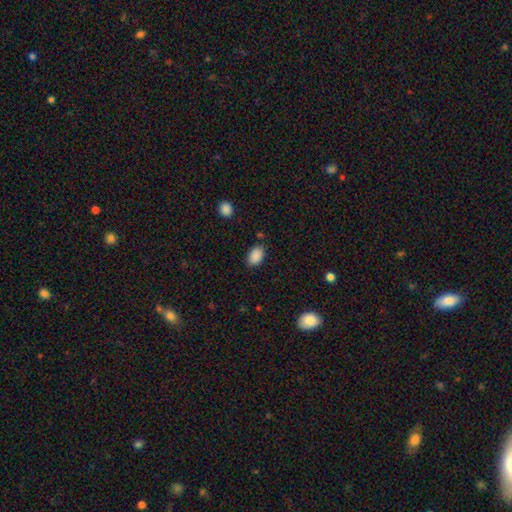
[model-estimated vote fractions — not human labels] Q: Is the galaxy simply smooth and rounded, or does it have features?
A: smooth — 89%.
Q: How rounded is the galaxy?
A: in between — 82%.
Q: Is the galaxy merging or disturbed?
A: none — 80%.